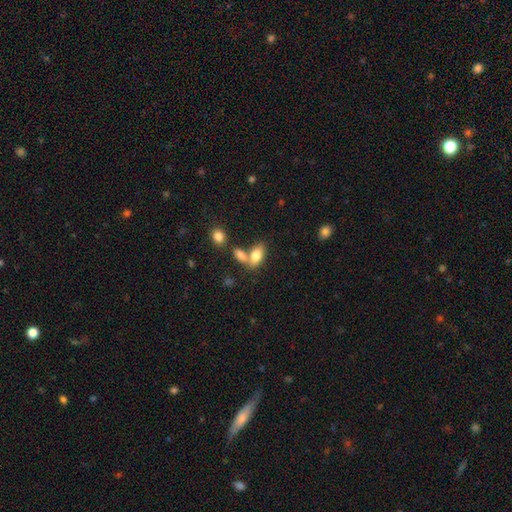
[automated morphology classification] smooth 80%, featured or disk 12%, star or artifact 8%. Down the decision tree: how rounded — in between (88%); merging — none (44%).